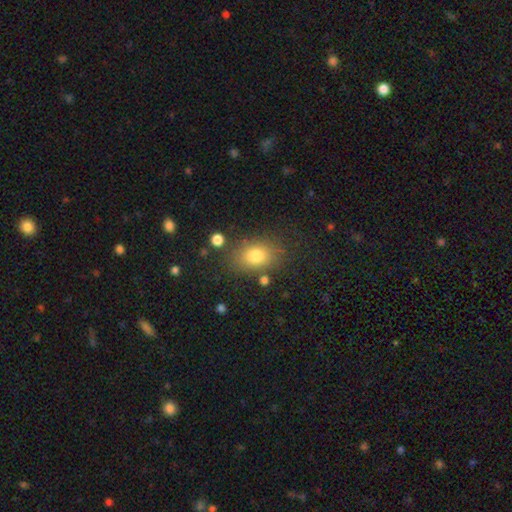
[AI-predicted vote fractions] A smooth galaxy with no disk features (79%) that is in between round and cigar-shaped (70%). Merging: none (77%).